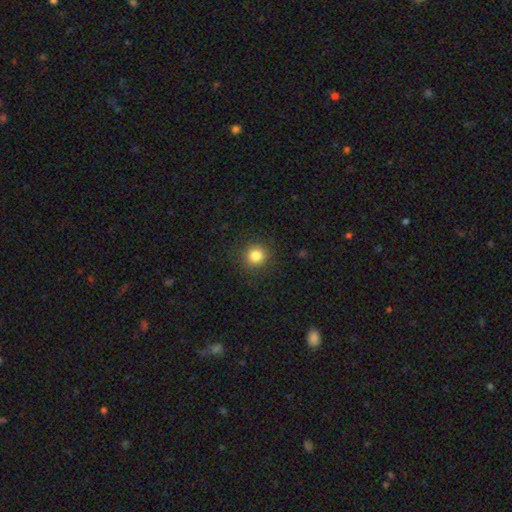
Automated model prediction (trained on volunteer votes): Smooth or featured: smooth — 82% (star or artifact — 12%)
How rounded: round — 94% (in between — 6%)
Merging: none — 91% (minor disturbance — 6%)